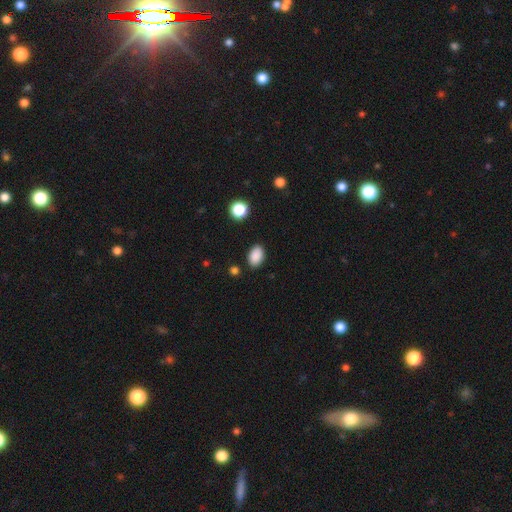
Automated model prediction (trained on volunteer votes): Smooth or featured: smooth — 88% (star or artifact — 8%)
How rounded: in between — 86% (round — 13%)
Merging: none — 86% (minor disturbance — 10%)